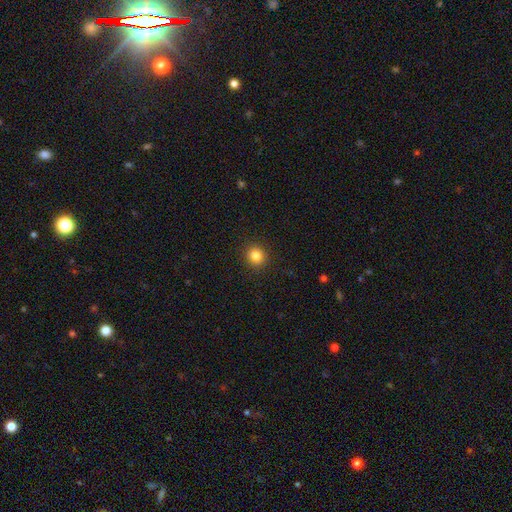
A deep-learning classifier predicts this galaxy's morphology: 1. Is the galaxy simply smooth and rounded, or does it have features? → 84% smooth, 12% star or artifact, 5% featured or disk.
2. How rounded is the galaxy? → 91% round, 8% in between, 1% cigar-shaped.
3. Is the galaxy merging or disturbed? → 92% none, 5% minor disturbance, 2% major disturbance, 1% merger.